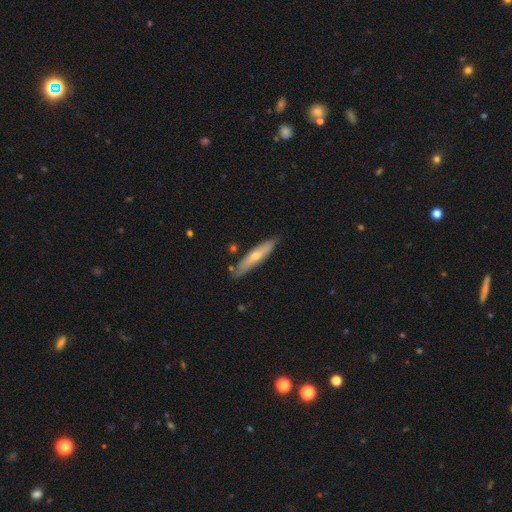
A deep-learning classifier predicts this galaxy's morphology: type=featured or disk (51%); edge-on=yes (77%); merging=none (82%).